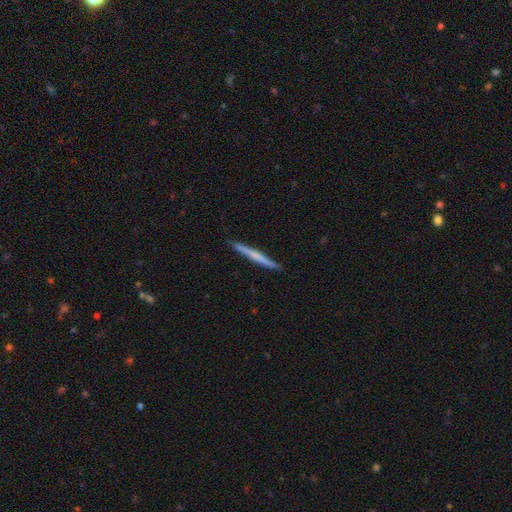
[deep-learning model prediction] Morphology: type=smooth (49%); merging=none (91%).